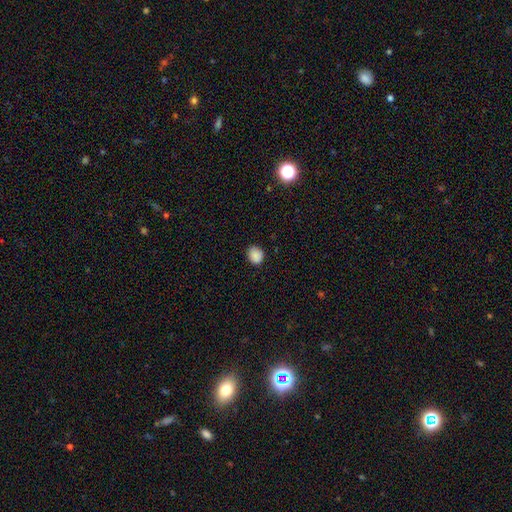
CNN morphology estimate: smooth-or-featured: smooth: 88% | star or artifact: 9% | featured or disk: 3%
  how-rounded: round: 65% | in between: 34% | cigar-shaped: 1%
  merging: none: 84% | minor disturbance: 12% | major disturbance: 2% | merger: 1%